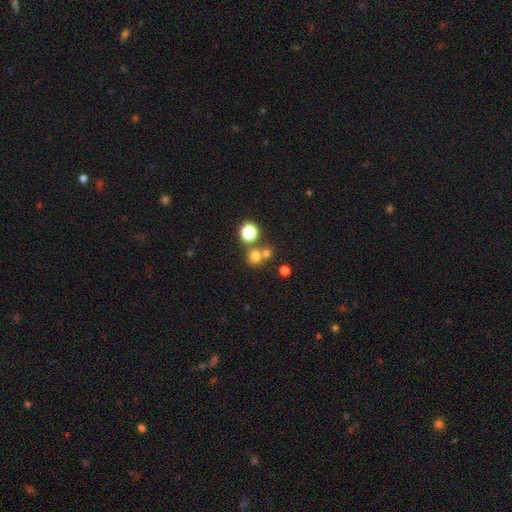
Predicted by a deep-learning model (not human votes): smooth_or_featured: smooth (p=0.69) [alt: star or artifact p=0.22]
how_rounded: round (p=0.83) [alt: in between p=0.16]
merging: none (p=0.56) [alt: merger p=0.32]